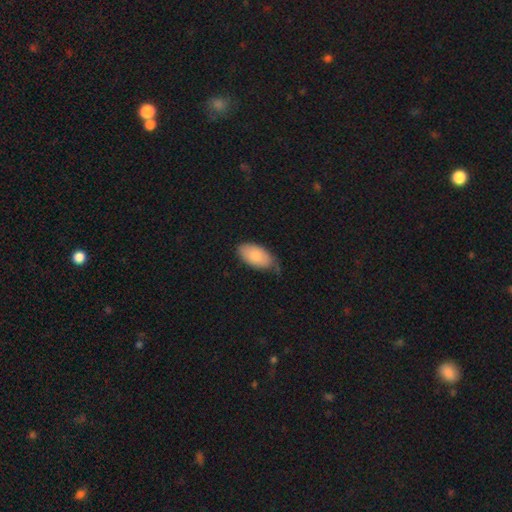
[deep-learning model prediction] A smooth galaxy with no disk features (83%) that is in between round and cigar-shaped (95%). Merging: none (55%).